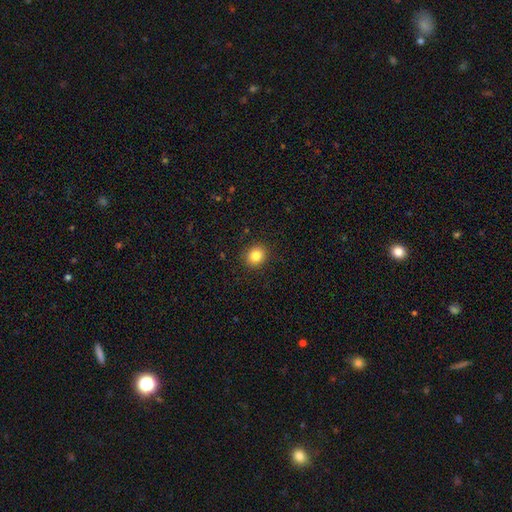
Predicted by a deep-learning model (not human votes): A smooth galaxy with no disk features (83%) that is round (77%).

Vote fractions:
- Smooth or featured? smooth: 83% / star or artifact: 11% / featured or disk: 6%
- How rounded? round: 77% / in between: 22% / cigar-shaped: 1%
- Merging? none: 90% / minor disturbance: 7% / major disturbance: 2% / merger: 1%